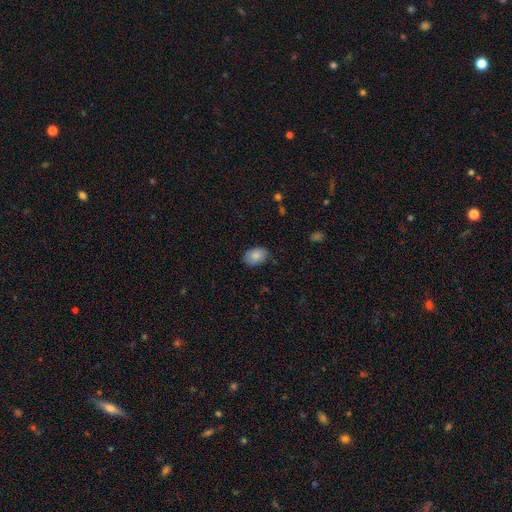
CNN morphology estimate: type=smooth (83%); roundness=in between (82%); merging=none (78%).